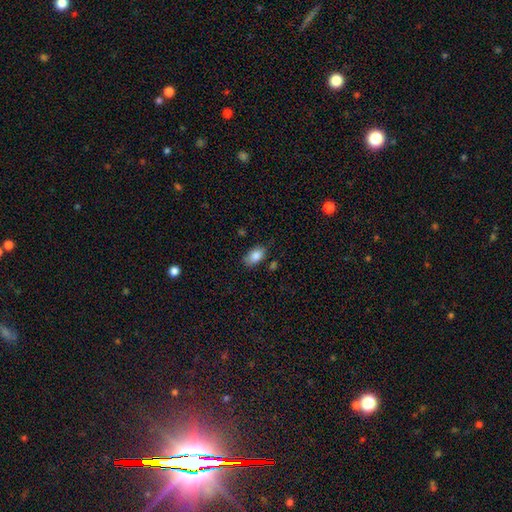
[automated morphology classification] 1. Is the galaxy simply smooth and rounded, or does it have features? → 85% smooth, 8% star or artifact, 7% featured or disk.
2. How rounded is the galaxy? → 91% in between, 6% round, 2% cigar-shaped.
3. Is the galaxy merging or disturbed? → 73% none, 20% minor disturbance, 4% major disturbance, 3% merger.